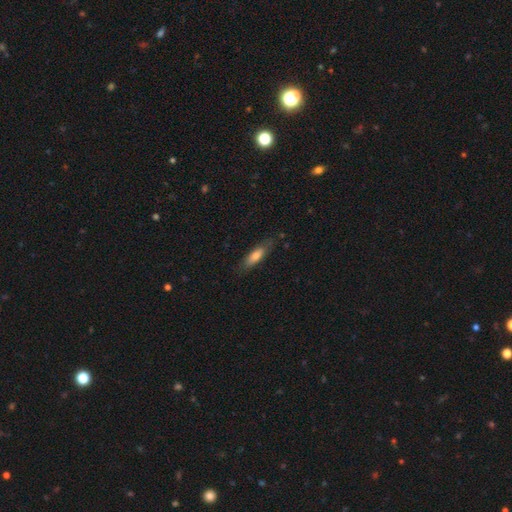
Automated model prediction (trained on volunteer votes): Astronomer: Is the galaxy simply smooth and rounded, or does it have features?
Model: smooth — 69%.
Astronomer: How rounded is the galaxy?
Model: cigar-shaped — 57% (runner-up: in between, 42%).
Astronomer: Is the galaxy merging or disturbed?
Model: none — 78%.